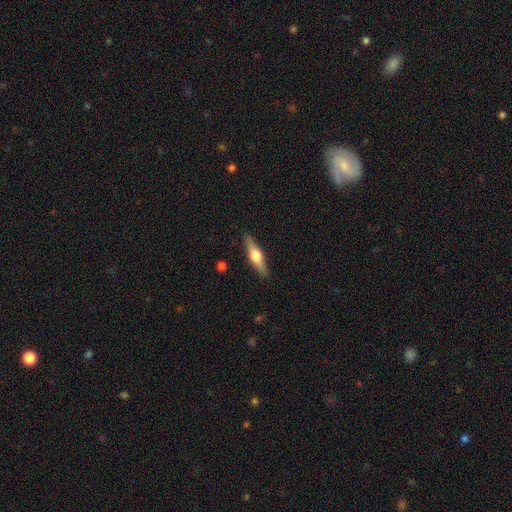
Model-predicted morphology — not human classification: Q: Smooth or featured?
A: featured or disk (52%); runner-up: smooth (42%)
Q: Edge-on disk?
A: yes (93%); runner-up: no (7%)
Q: Merging?
A: none (88%); runner-up: minor disturbance (9%)